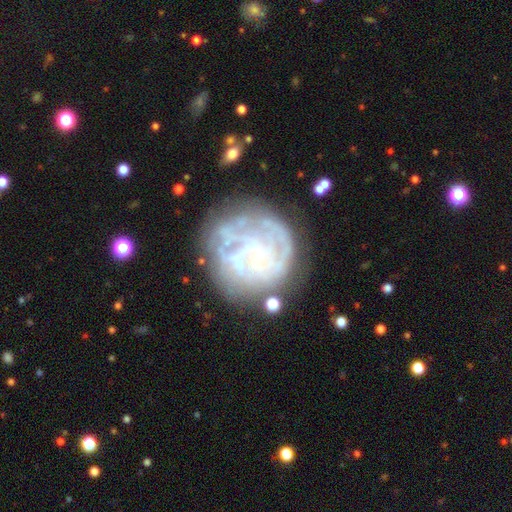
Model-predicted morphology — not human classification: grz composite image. It shows a featured or disk galaxy (74%) with no bar (68%), spiral arms (66%) and a small central bulge (45%). Merging: none (61%).